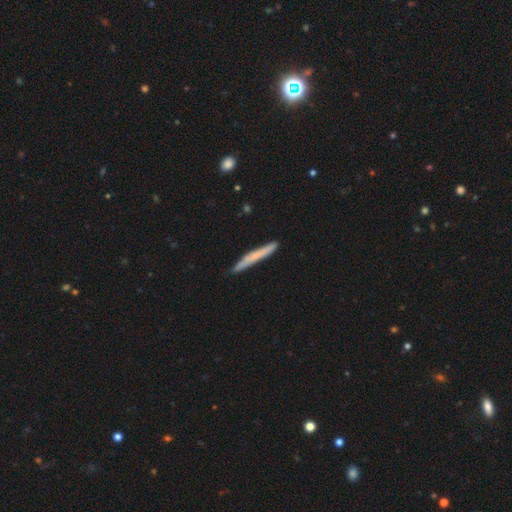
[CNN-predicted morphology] This is likely a smooth galaxy (63%). How rounded: clearly cigar-shaped (97%). Merging: clearly none (86%).